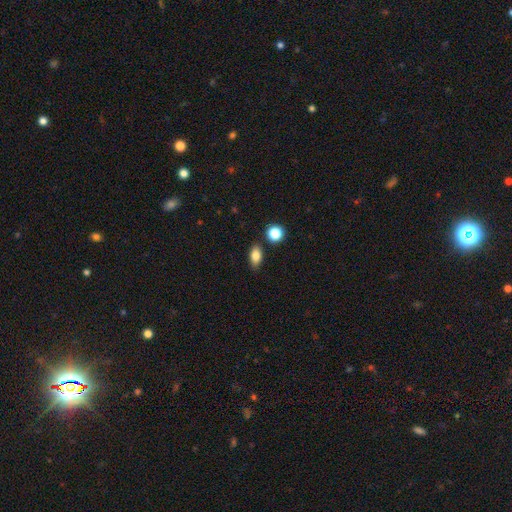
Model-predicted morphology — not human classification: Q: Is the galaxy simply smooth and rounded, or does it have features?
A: smooth — 83%.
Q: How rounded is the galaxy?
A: in between — 83%.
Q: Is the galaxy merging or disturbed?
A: none — 82%.